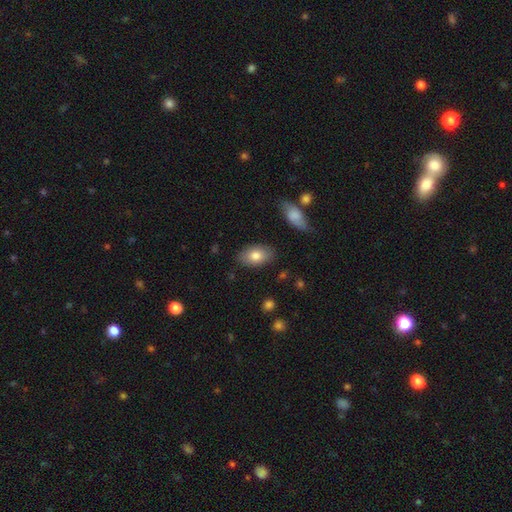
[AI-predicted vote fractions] Smooth or featured? Predicted: smooth (p=0.79). How rounded? Predicted: in between (p=0.92). Merging? Predicted: none (p=0.85).